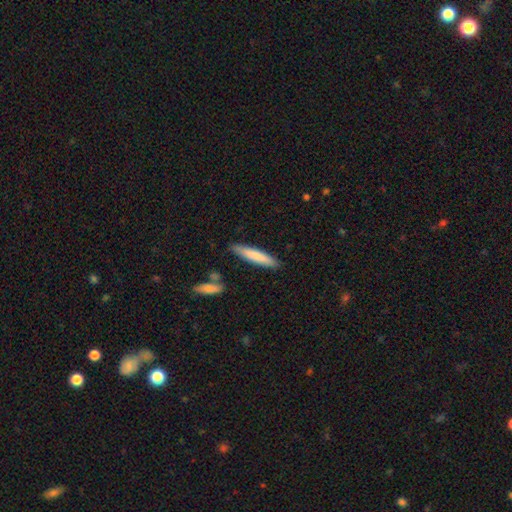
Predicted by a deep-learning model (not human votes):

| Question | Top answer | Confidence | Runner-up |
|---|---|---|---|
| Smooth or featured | smooth | 79% | featured or disk (16%) |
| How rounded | cigar-shaped | 88% | in between (10%) |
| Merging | none | 87% | minor disturbance (9%) |